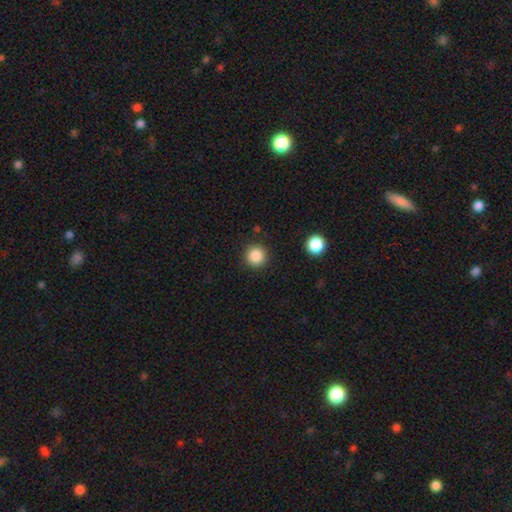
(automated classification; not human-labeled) Smooth or featured?
  - smooth: 86% *
  - star or artifact: 10%
  - featured or disk: 3%
How rounded?
  - round: 95% *
  - in between: 4%
  - cigar-shaped: 1%
Merging?
  - none: 89% *
  - minor disturbance: 6%
  - major disturbance: 3%
  - merger: 2%